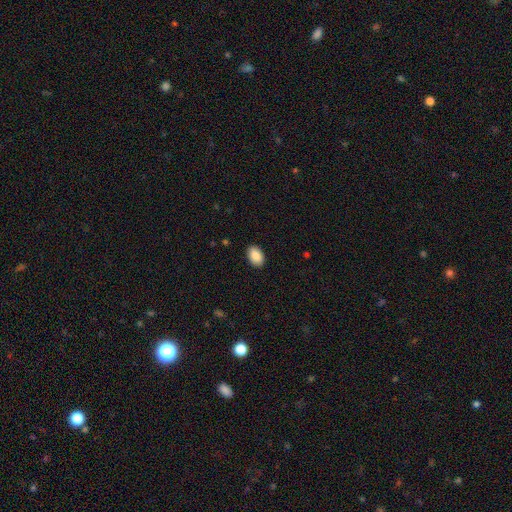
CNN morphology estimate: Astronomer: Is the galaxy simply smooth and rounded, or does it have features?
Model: smooth — 89%.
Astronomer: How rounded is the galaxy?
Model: in between — 91%.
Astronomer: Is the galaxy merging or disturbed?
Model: none — 90%.